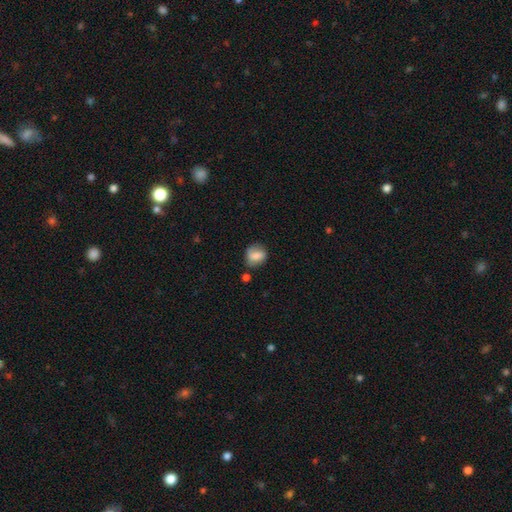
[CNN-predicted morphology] smooth_or_featured: smooth (p=0.71) [alt: featured or disk p=0.20]
how_rounded: round (p=0.60) [alt: in between p=0.38]
merging: none (p=0.61) [alt: minor disturbance p=0.24]